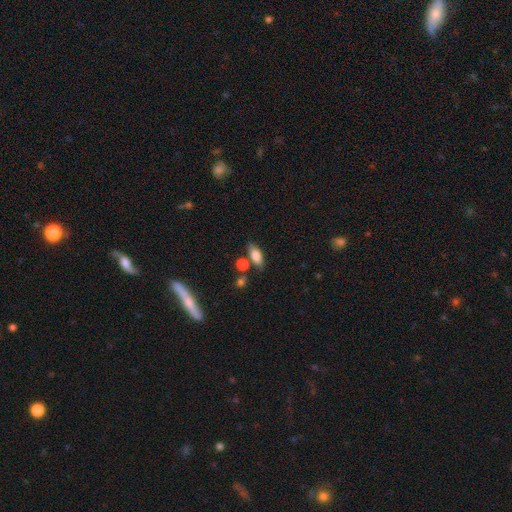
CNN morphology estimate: Overall: smooth (80%). How rounded: in between (83%). Merging: none (68%).